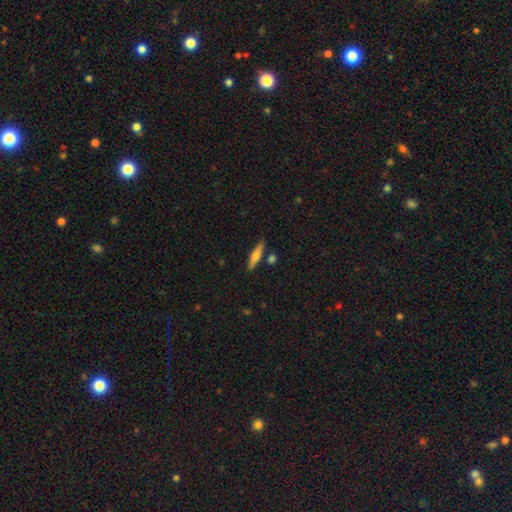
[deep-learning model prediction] A smooth galaxy with no disk features (54%) that is cigar-shaped (82%). Merging: none (82%).